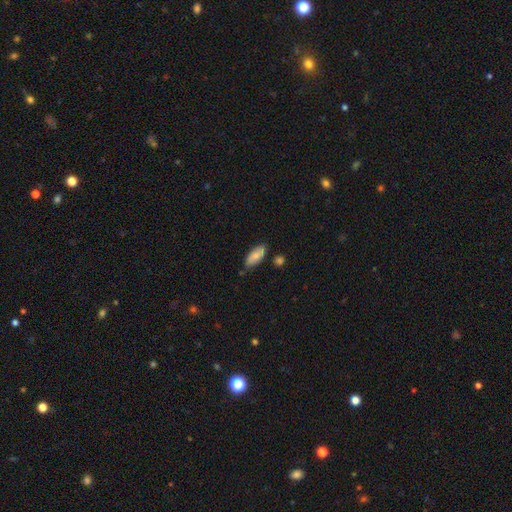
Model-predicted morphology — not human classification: Smooth or featured?
  - smooth: 78% *
  - featured or disk: 16%
  - star or artifact: 6%
How rounded?
  - in between: 87% *
  - cigar-shaped: 11%
  - round: 2%
Merging?
  - none: 74% *
  - minor disturbance: 19%
  - merger: 4%
  - major disturbance: 3%